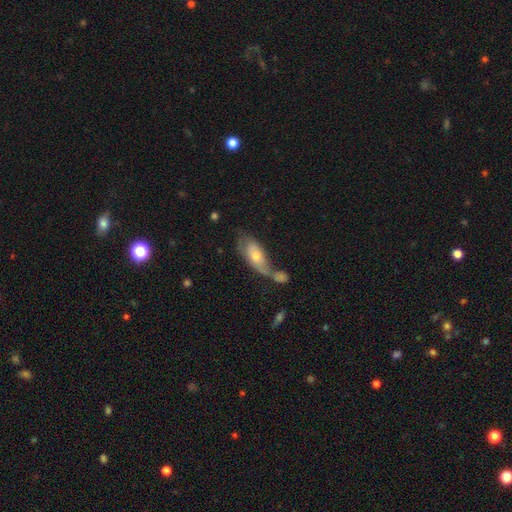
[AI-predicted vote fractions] This appears to be a smooth galaxy with no disk features (54%) that is in between round and cigar-shaped (83%). Merging: merger (38%).